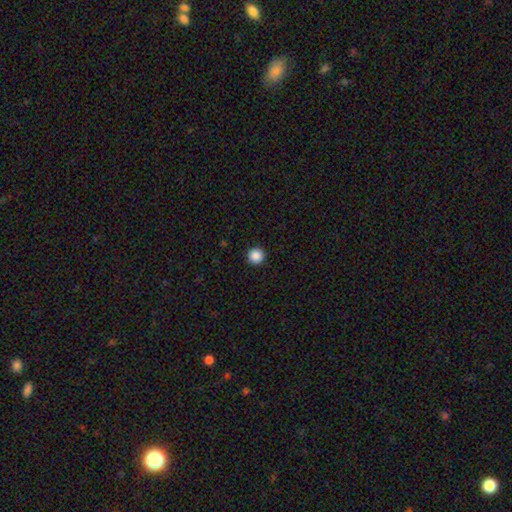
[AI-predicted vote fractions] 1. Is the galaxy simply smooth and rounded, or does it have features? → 88% smooth, 10% star or artifact, 3% featured or disk.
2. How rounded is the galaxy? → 97% round, 2% in between, 1% cigar-shaped.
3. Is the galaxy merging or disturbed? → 94% none, 4% minor disturbance, 1% major disturbance, 1% merger.